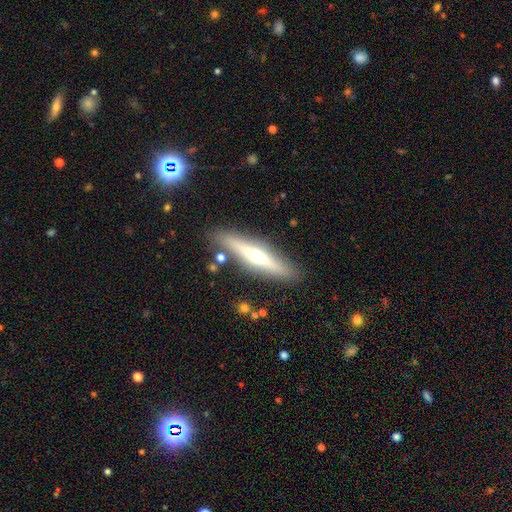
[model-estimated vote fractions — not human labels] Smooth or featured? Predicted: featured or disk (p=0.64). Edge-on disk? Predicted: yes (p=0.93). Edge-on bulge? Predicted: rounded (p=0.92). Merging? Predicted: none (p=0.86).